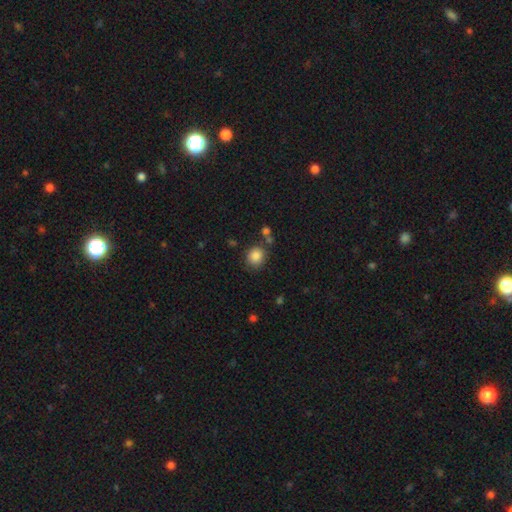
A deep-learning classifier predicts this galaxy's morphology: smooth_or_featured: smooth (p=0.86) [alt: star or artifact p=0.10]
how_rounded: round (p=0.78) [alt: in between p=0.21]
merging: none (p=0.76) [alt: minor disturbance p=0.13]